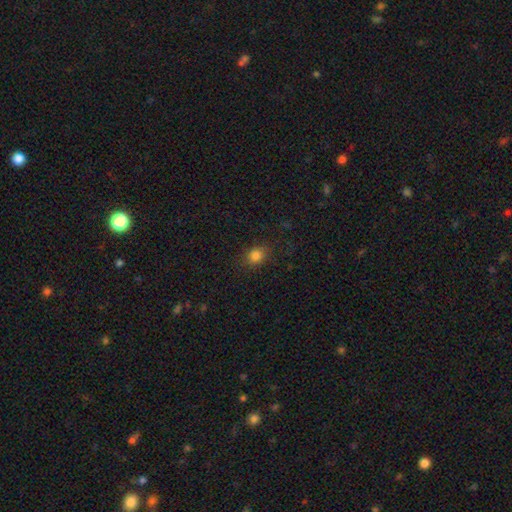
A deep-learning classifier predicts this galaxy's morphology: Q: Smooth or featured?
A: smooth (82%); runner-up: star or artifact (13%)
Q: How rounded?
A: round (60%); runner-up: in between (39%)
Q: Merging?
A: none (85%); runner-up: minor disturbance (11%)